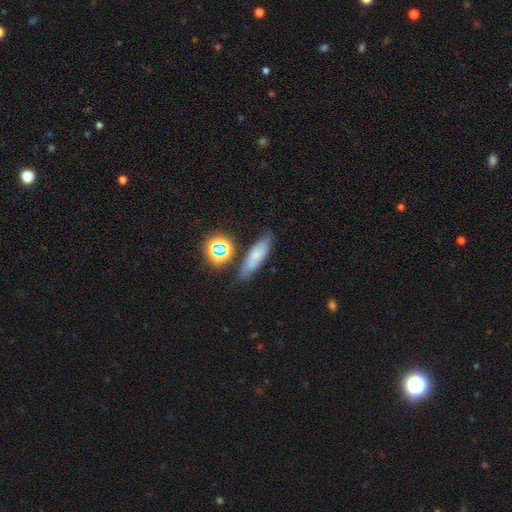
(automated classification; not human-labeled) Smooth or featured?
  - smooth: 61% *
  - featured or disk: 22%
  - star or artifact: 17%
How rounded?
  - in between: 46% *
  - cigar-shaped: 45%
  - round: 9%
Merging?
  - none: 71% *
  - minor disturbance: 17%
  - merger: 7%
  - major disturbance: 5%